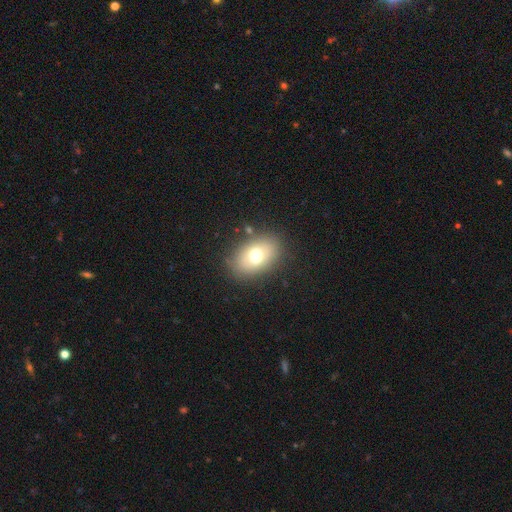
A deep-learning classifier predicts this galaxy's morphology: This is likely a smooth galaxy (67%). How rounded: clearly in between (81%). Merging: clearly none (81%).